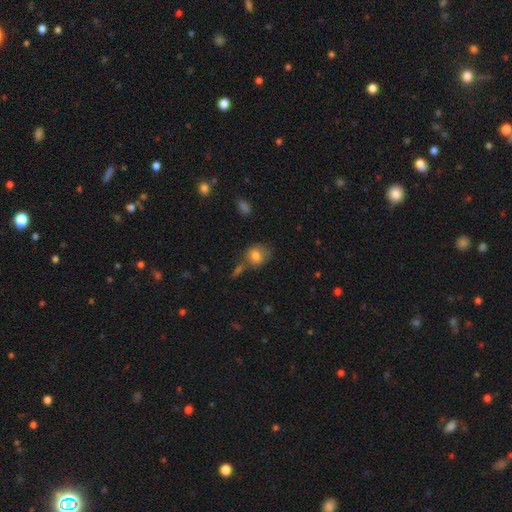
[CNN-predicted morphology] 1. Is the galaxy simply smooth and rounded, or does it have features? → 79% smooth, 12% featured or disk, 9% star or artifact.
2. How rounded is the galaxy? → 65% round, 34% in between, 1% cigar-shaped.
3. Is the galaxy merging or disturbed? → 60% none, 19% minor disturbance, 14% merger, 6% major disturbance.